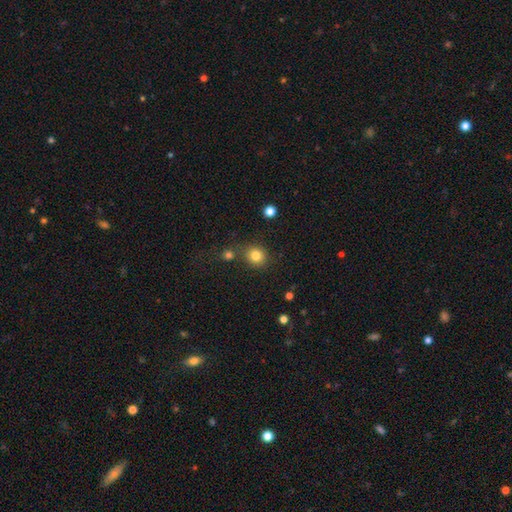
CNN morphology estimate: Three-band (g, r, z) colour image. It shows a smooth galaxy with no disk features (82%) that is round (83%). Merging: none (77%).